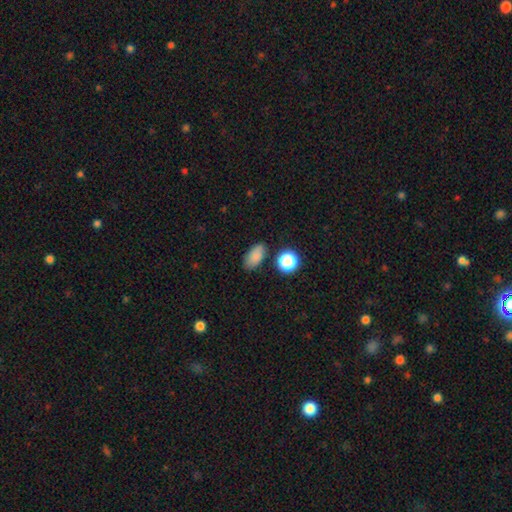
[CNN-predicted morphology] type=smooth (82%); roundness=in between (88%); merging=none (79%).